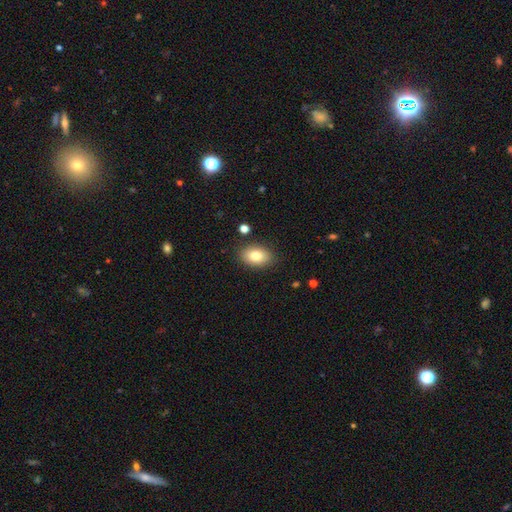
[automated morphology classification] Overall: smooth (83%). How rounded: in between (87%). Merging: none (86%).